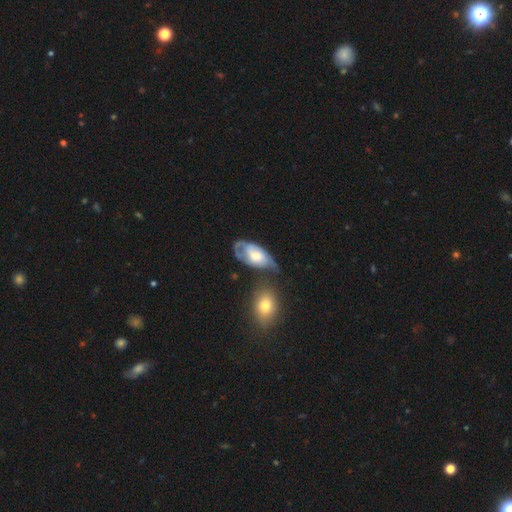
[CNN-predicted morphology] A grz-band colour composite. It shows a featured or disk galaxy (55%) with no bar (74%), spiral arms (62%) and a moderate central bulge (48%). Merging: none (30%).